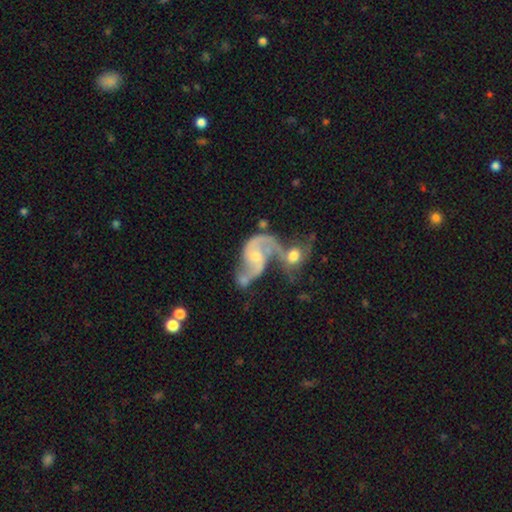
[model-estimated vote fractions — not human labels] smooth-or-featured: featured or disk: 84% | smooth: 10% | star or artifact: 6%
  disk-edge-on: no: 98% | yes: 2%
    bar: no: 56% | weak: 36% | strong: 8%
    has-spiral-arms: yes: 93% | no: 7%
      spiral-winding: loose: 50% | medium: 39% | tight: 10%
      spiral-arm-count: 2: 85% | 1: 5% | can't tell: 5% | 3: 2% | 4: 1% | more than 4: 1%
    bulge-size: small: 51% | moderate: 39% | none: 6% | large: 2% | dominant: 1%
  merging: merger: 62% | none: 15% | major disturbance: 13% | minor disturbance: 9%